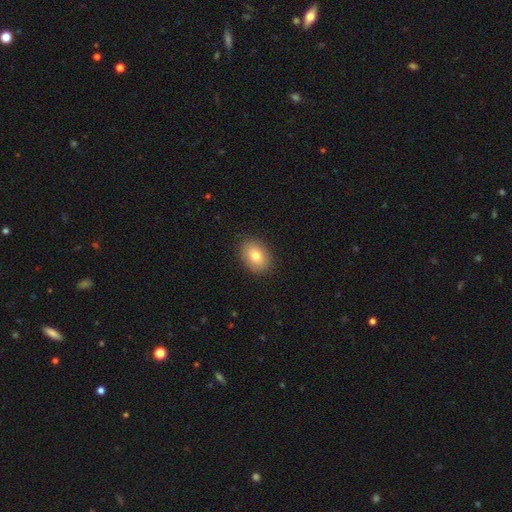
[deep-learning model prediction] This appears to be a smooth galaxy with no disk features (79%) that is in between round and cigar-shaped (74%). Merging: none (87%).